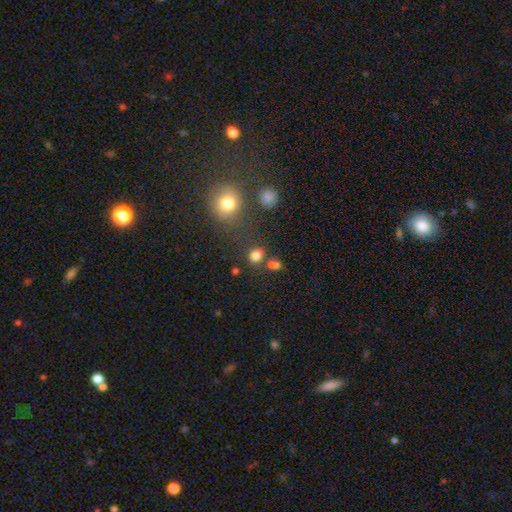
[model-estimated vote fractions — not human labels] Smooth or featured?
  - smooth: 79% *
  - star or artifact: 15%
  - featured or disk: 6%
How rounded?
  - round: 73% *
  - in between: 26%
  - cigar-shaped: 1%
Merging?
  - none: 71% *
  - merger: 14%
  - minor disturbance: 10%
  - major disturbance: 5%